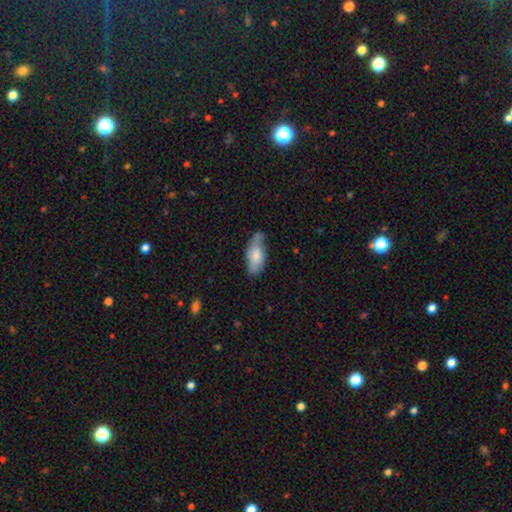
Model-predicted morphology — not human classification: Smooth or featured? smooth (72%)
How rounded? in between (88%)
Merging? none (44%)